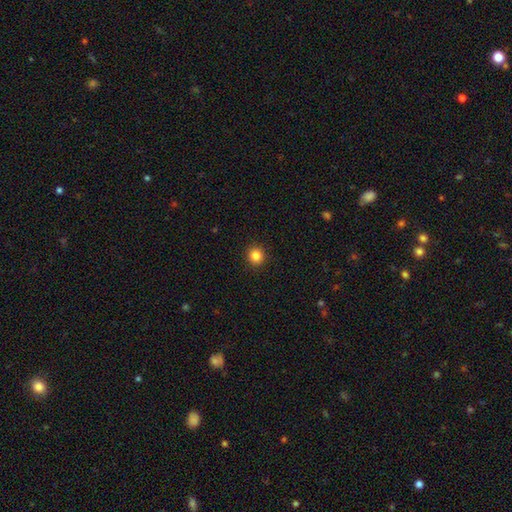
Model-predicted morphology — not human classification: This is clearly a smooth galaxy (84%). How rounded: clearly round (93%). Merging: clearly none (93%).